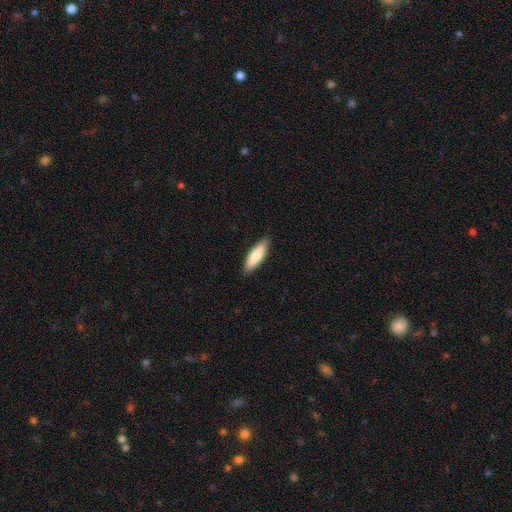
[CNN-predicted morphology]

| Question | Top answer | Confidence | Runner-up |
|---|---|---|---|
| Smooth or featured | smooth | 78% | featured or disk (17%) |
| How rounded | cigar-shaped | 59% | in between (39%) |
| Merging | none | 88% | minor disturbance (9%) |